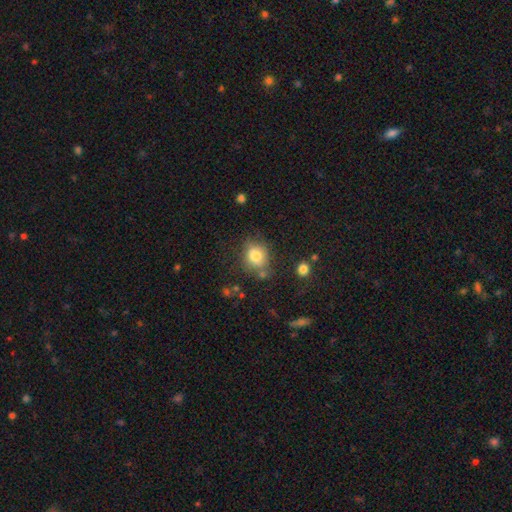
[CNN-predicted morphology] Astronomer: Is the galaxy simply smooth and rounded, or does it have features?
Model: smooth — 79%.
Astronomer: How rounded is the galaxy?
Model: round — 67%.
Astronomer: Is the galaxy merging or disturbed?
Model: none — 66%.